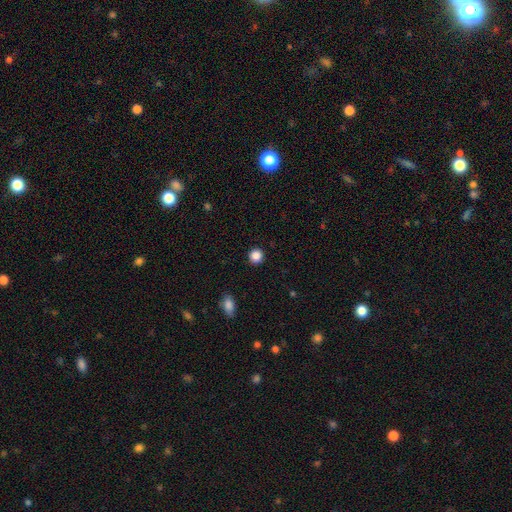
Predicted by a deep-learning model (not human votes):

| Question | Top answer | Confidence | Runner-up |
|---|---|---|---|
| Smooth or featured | smooth | 87% | star or artifact (10%) |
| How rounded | round | 94% | in between (5%) |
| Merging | none | 93% | minor disturbance (4%) |